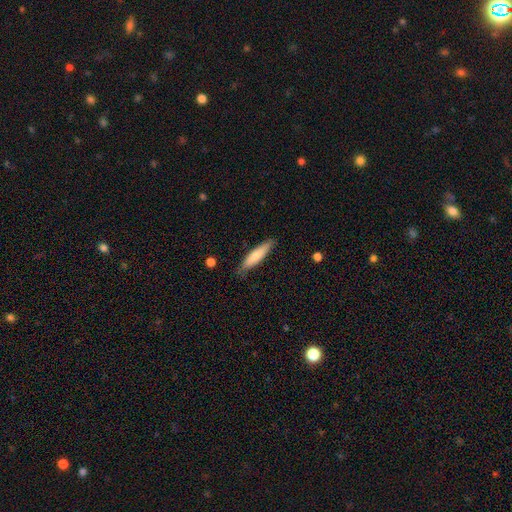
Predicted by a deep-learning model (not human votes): smooth-or-featured: smooth: 74% | featured or disk: 20% | star or artifact: 5%
  how-rounded: cigar-shaped: 77% | in between: 22% | round: 1%
  merging: none: 82% | minor disturbance: 14% | major disturbance: 2% | merger: 1%